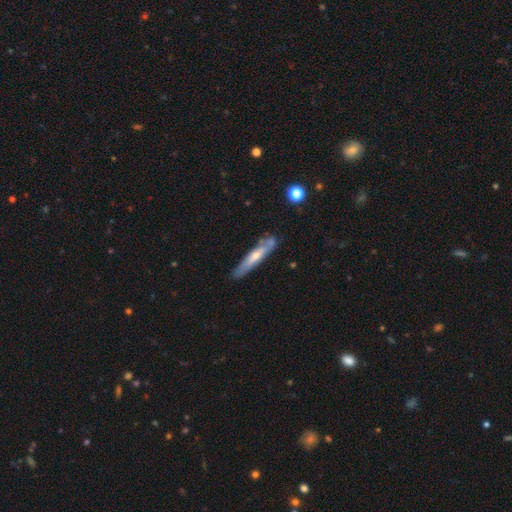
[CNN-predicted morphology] Q: Smooth or featured?
A: smooth (47%); tied with: featured or disk (47%)
Q: Merging?
A: none (70%); runner-up: minor disturbance (20%)